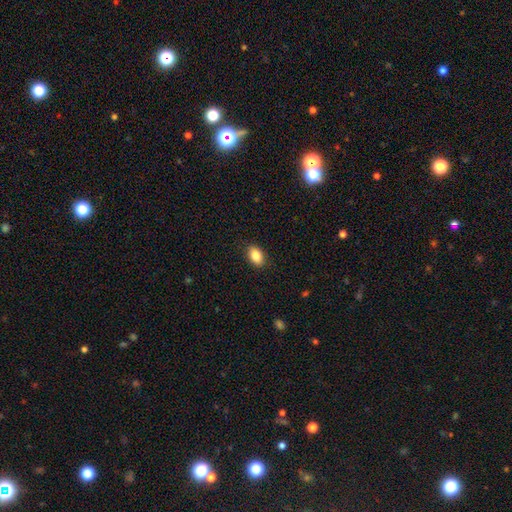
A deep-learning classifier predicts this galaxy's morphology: This appears to be a smooth galaxy with no disk features (86%) that is in between round and cigar-shaped (88%). Merging: none (88%).